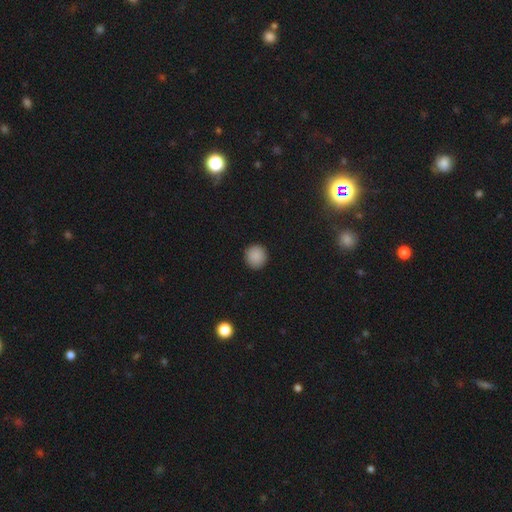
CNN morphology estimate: This is clearly a smooth galaxy (89%). How rounded: clearly round (94%). Merging: clearly none (93%).